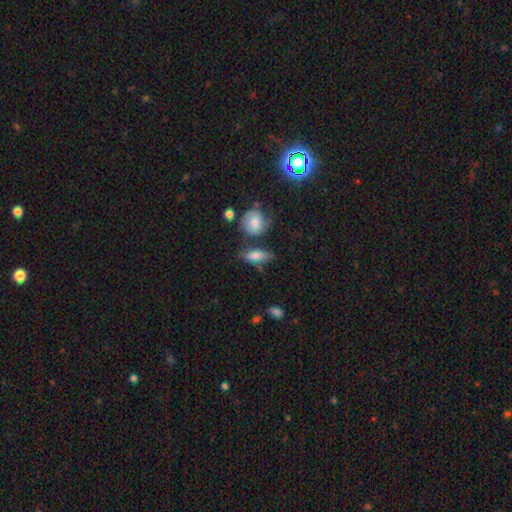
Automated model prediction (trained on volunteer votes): Overall: smooth (71%). How rounded: in between (70%). Merging: none (57%; minor disturbance 25%).